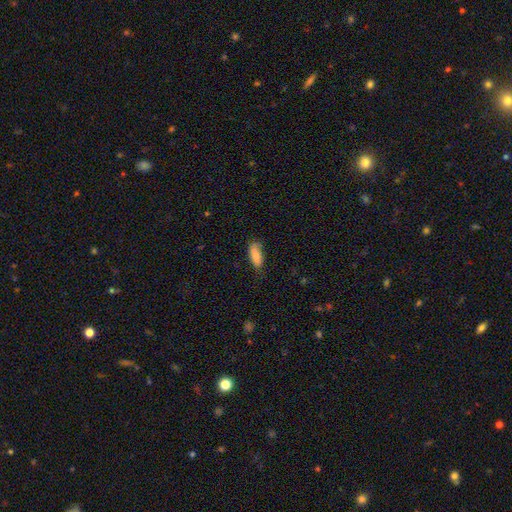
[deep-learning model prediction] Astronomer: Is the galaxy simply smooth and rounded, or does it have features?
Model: smooth — 85%.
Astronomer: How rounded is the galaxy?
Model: in between — 75%.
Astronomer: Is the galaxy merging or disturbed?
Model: none — 64%.